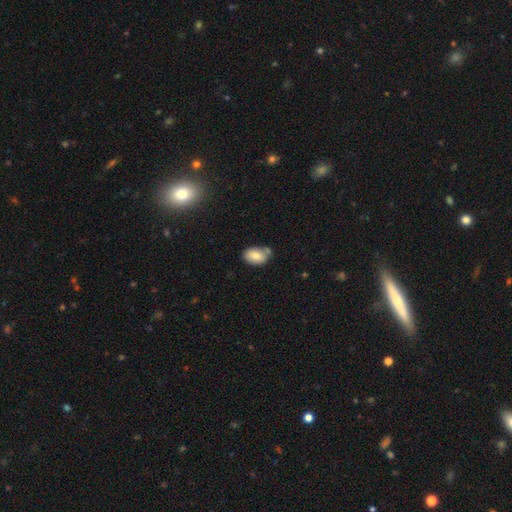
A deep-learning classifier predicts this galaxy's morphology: type=smooth (81%); roundness=in between (89%); merging=none (60%).